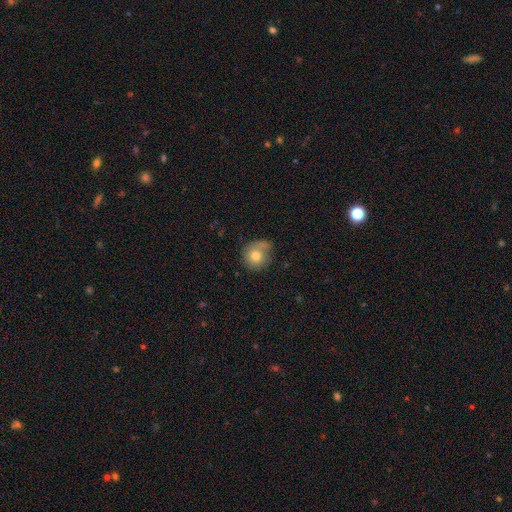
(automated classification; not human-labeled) A smooth galaxy with no disk features (76%) that is round (85%). Merging: none (53%).